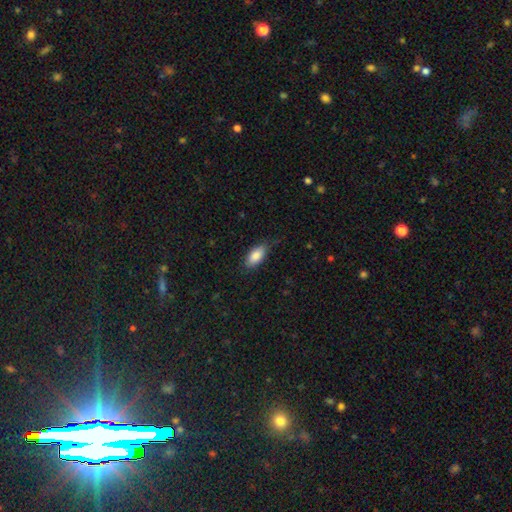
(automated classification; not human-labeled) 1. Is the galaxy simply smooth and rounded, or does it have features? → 86% smooth, 8% featured or disk, 6% star or artifact.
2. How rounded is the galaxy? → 90% in between, 8% cigar-shaped, 2% round.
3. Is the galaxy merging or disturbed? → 76% none, 19% minor disturbance, 4% major disturbance, 1% merger.